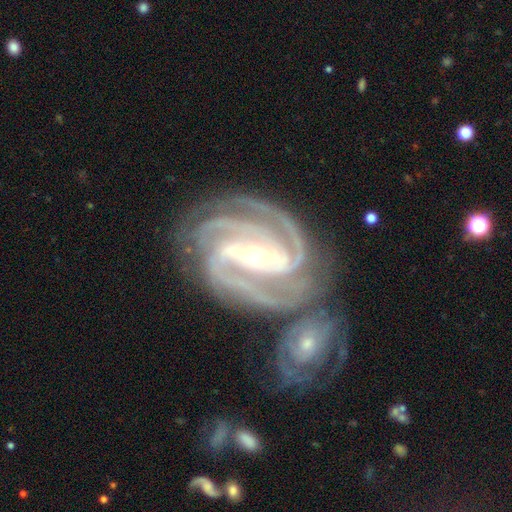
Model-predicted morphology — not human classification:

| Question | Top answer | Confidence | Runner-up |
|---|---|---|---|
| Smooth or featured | featured or disk | 94% | star or artifact (4%) |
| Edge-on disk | no | 97% | yes (3%) |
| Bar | strong | 71% | weak (21%) |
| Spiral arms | yes | 99% | no (1%) |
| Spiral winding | tight | 64% | medium (33%) |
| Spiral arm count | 3 | 51% | 4 (19%) |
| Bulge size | moderate | 51% | small (45%) |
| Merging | none | 62% | merger (20%) |